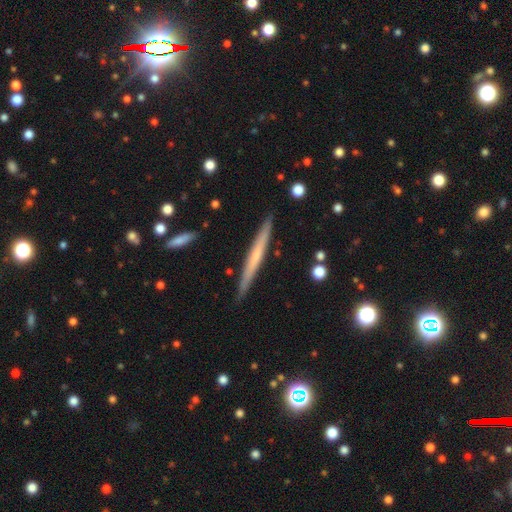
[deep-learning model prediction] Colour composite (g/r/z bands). It shows a featured or disk galaxy (49%). Merging: none (90%).